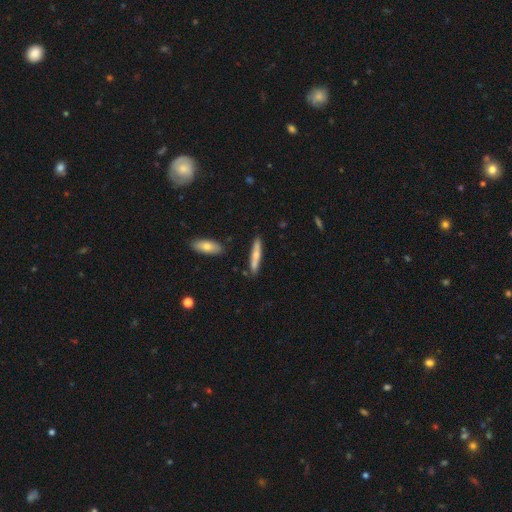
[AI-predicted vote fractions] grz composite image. It shows a smooth galaxy with no disk features (56%) that is cigar-shaped (89%). Merging: none (85%).